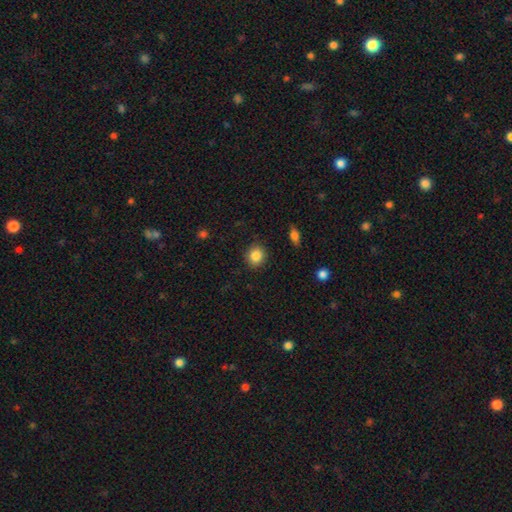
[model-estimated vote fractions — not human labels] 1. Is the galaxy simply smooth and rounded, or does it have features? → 86% smooth, 9% star or artifact, 5% featured or disk.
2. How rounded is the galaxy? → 84% round, 15% in between, 1% cigar-shaped.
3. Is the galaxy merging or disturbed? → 89% none, 8% minor disturbance, 2% major disturbance, 1% merger.